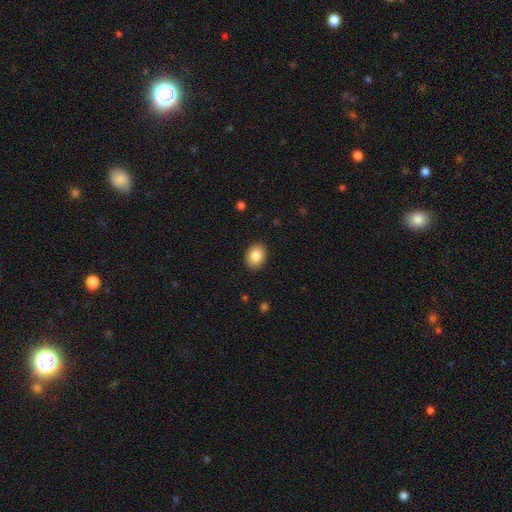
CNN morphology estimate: Smooth or featured: smooth — 85% (star or artifact — 8%)
How rounded: in between — 63% (round — 37%)
Merging: none — 90% (minor disturbance — 8%)